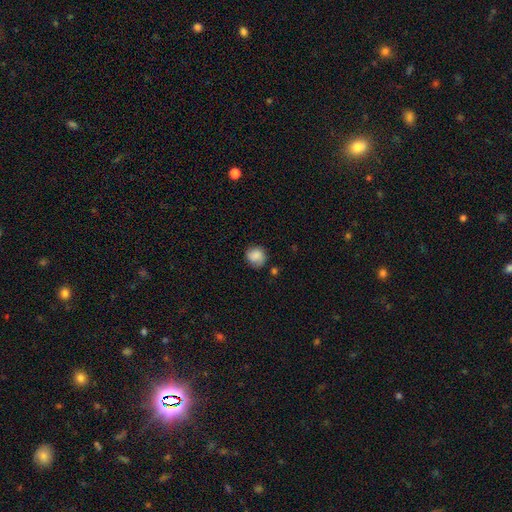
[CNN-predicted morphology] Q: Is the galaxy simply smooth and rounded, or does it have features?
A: smooth — 79%.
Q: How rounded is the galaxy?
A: round — 83%.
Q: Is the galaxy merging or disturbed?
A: none — 73%.